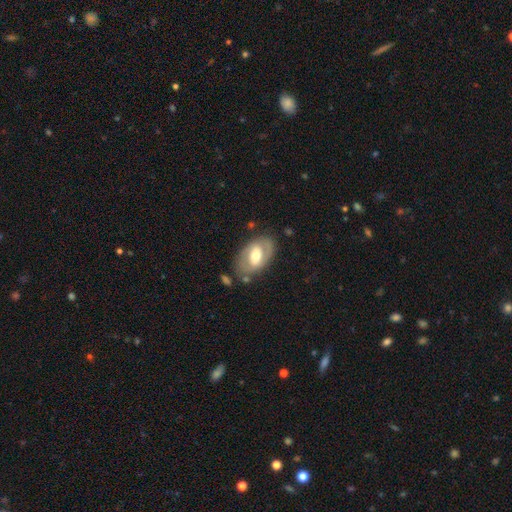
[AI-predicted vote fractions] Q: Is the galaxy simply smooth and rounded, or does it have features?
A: featured or disk — 59%.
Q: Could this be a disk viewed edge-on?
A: no — 92%.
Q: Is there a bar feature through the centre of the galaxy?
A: weak — 39%.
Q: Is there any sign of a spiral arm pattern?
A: no — 53%.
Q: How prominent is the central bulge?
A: moderate — 63%.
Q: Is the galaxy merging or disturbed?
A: none — 71%.